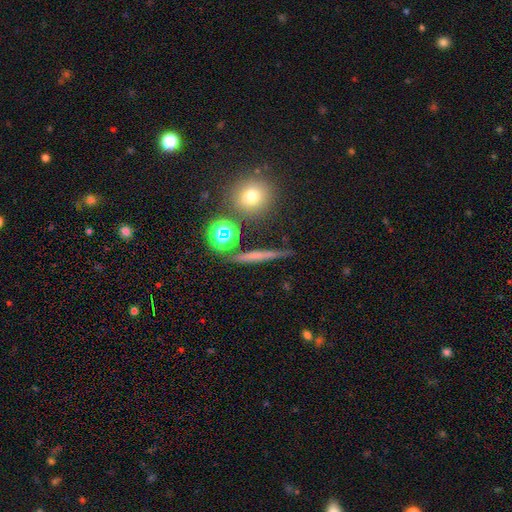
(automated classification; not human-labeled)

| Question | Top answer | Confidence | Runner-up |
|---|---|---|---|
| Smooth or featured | smooth | 45% | featured or disk (36%) |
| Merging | none | 85% | minor disturbance (9%) |